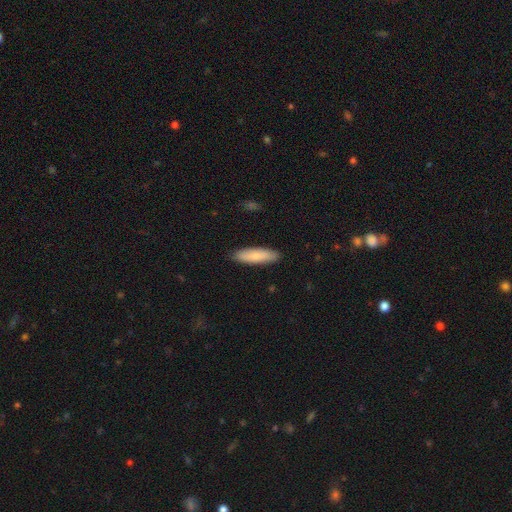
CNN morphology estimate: This is clearly a smooth galaxy (80%). How rounded: likely cigar-shaped (64%). Merging: clearly none (89%).